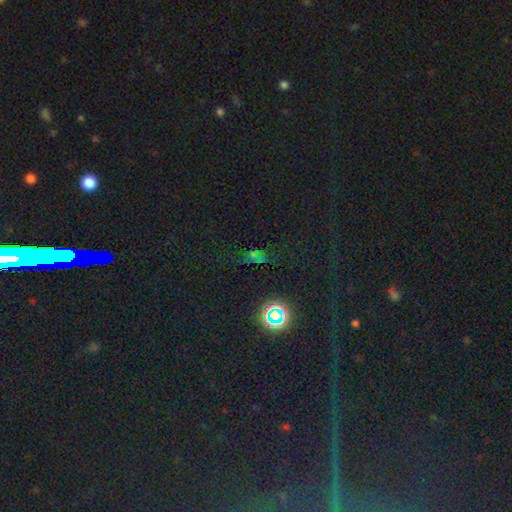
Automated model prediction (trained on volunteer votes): Q: Smooth or featured?
A: star or artifact (56%); runner-up: smooth (30%)